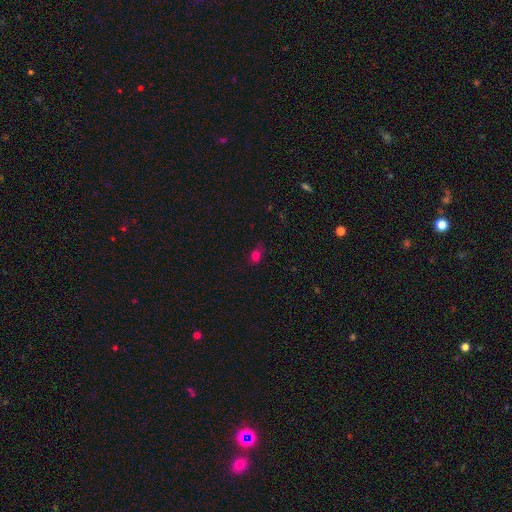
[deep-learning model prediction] smooth 74%, star or artifact 18%, featured or disk 7%. Down the decision tree: how rounded — in between (59%); merging — none (74%).